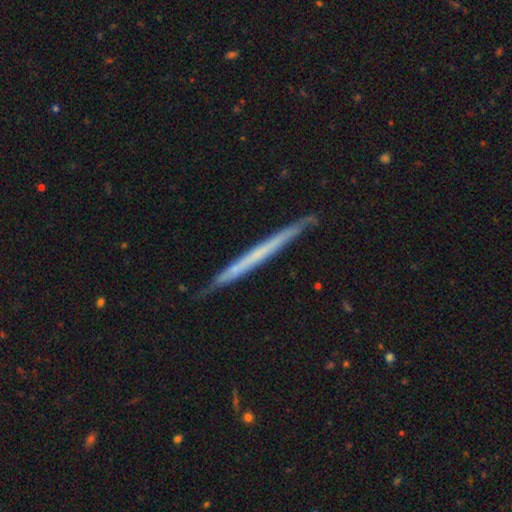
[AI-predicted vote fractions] Q: Smooth or featured?
A: featured or disk (55%); runner-up: smooth (39%)
Q: Edge-on disk?
A: yes (97%); runner-up: no (3%)
Q: Edge-on bulge?
A: none (92%); runner-up: rounded (5%)
Q: Merging?
A: none (89%); runner-up: minor disturbance (9%)